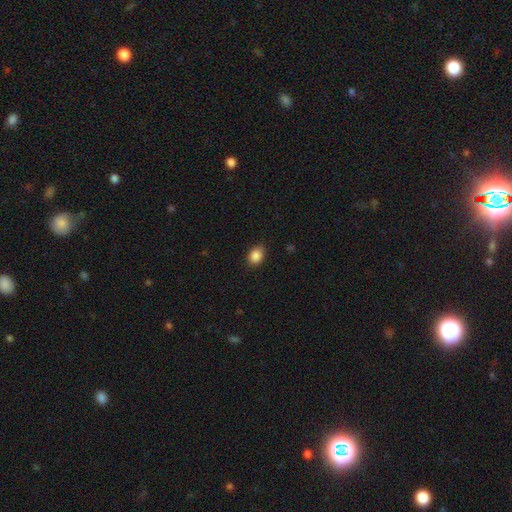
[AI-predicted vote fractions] Smooth or featured? smooth (87%)
How rounded? in between (66%)
Merging? none (81%)